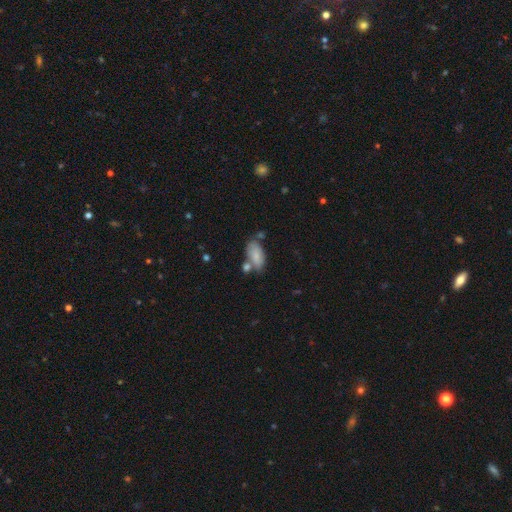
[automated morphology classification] Overall: smooth (83%). How rounded: in between (90%). Merging: none (55%; merger 20%).